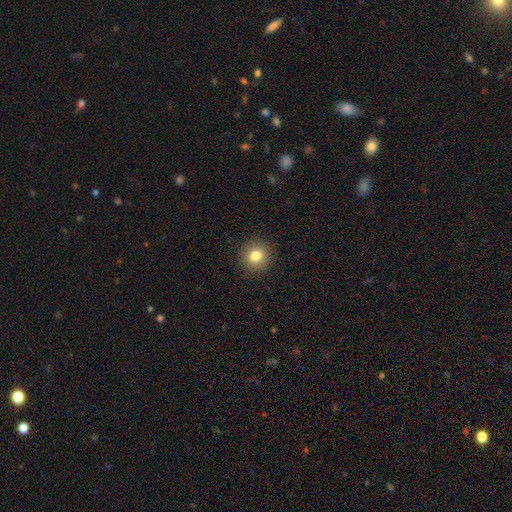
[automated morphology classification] smooth 81%, star or artifact 11%, featured or disk 8%. Down the decision tree: how rounded — round (89%); merging — none (91%).